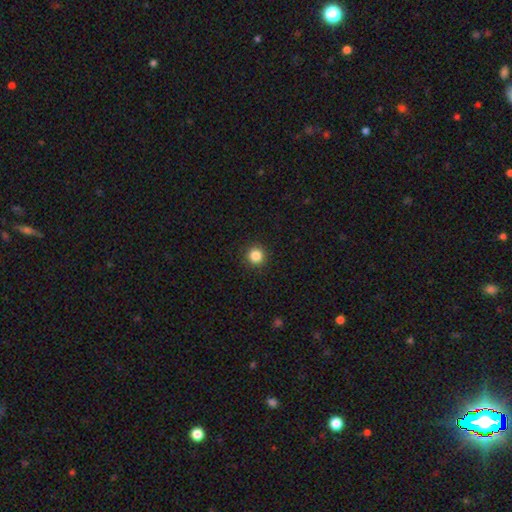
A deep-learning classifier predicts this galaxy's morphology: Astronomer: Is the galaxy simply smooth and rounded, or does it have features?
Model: smooth — 85%.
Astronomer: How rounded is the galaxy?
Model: round — 95%.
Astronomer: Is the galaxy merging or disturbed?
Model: none — 92%.